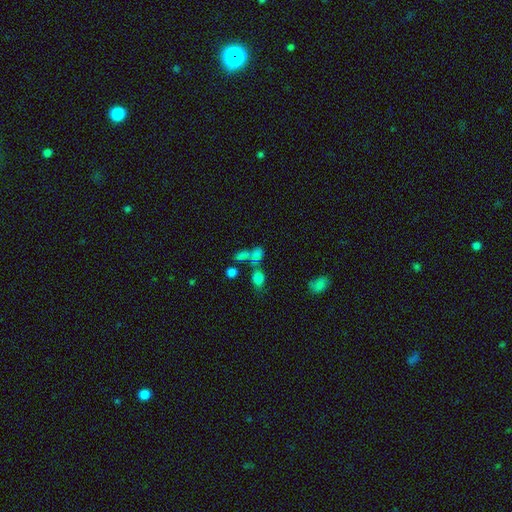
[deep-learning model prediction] Q: Smooth or featured?
A: smooth (67%); runner-up: star or artifact (18%)
Q: How rounded?
A: in between (64%); runner-up: round (29%)
Q: Merging?
A: merger (50%); runner-up: none (32%)